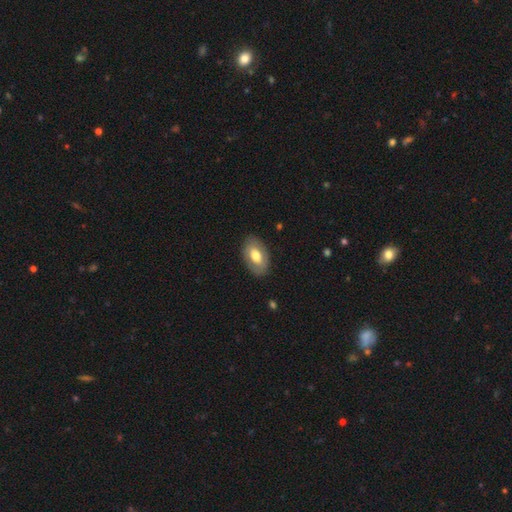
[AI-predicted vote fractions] This is likely a smooth galaxy (64%). How rounded: clearly in between (91%). Merging: clearly none (84%).